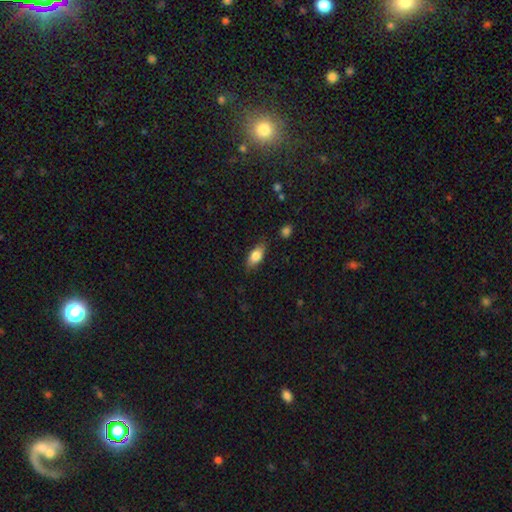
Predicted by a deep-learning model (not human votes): A smooth galaxy with no disk features (80%) that is in between round and cigar-shaped (86%). Merging: none (79%).